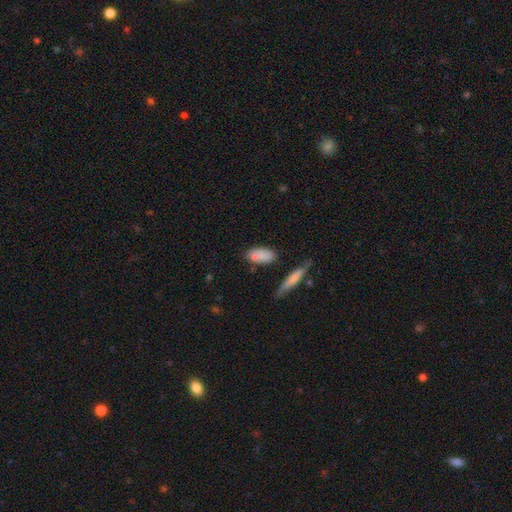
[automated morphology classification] The model was most divided on "merging": none: 66%, minor disturbance: 19%, merger: 10%, major disturbance: 5%. More confident: how rounded — in between (83%); smooth or featured — smooth (78%).